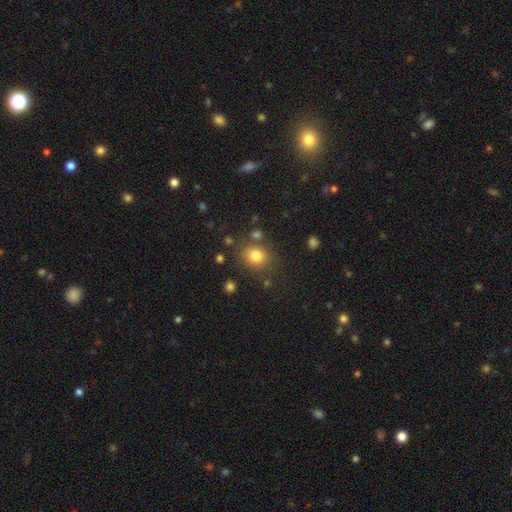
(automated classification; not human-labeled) A smooth galaxy with no disk features (80%) that is round (72%). Merging: none (78%).